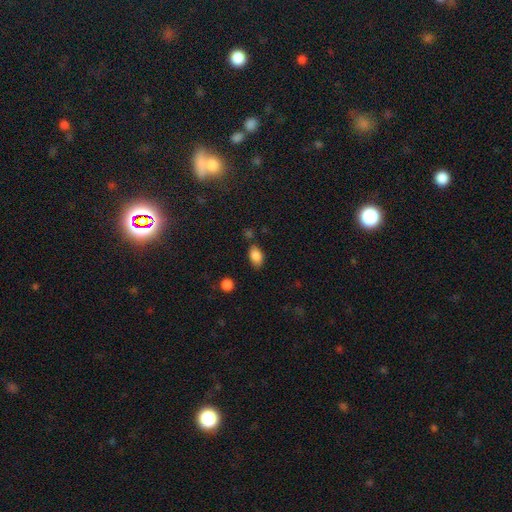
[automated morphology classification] type=smooth (86%); roundness=in between (90%); merging=none (73%).